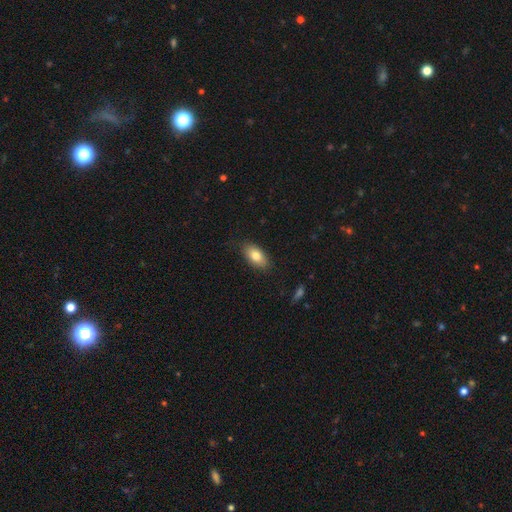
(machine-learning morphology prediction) Smooth or featured? Predicted: smooth (p=0.80). How rounded? Predicted: in between (p=0.91). Merging? Predicted: none (p=0.84).